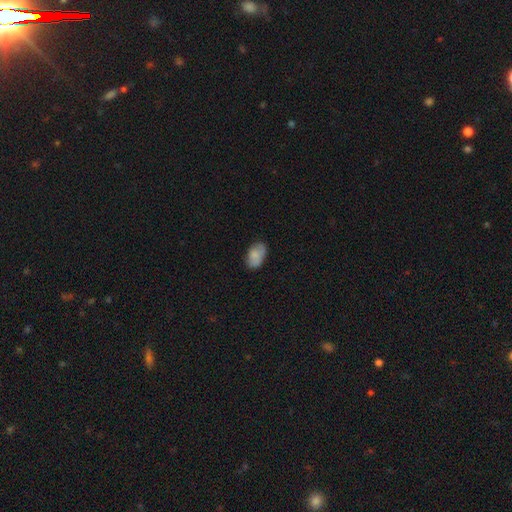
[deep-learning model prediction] The model was most divided on "merging": none: 73%, minor disturbance: 21%, major disturbance: 4%, merger: 2%. More confident: how rounded — in between (91%); smooth or featured — smooth (81%).